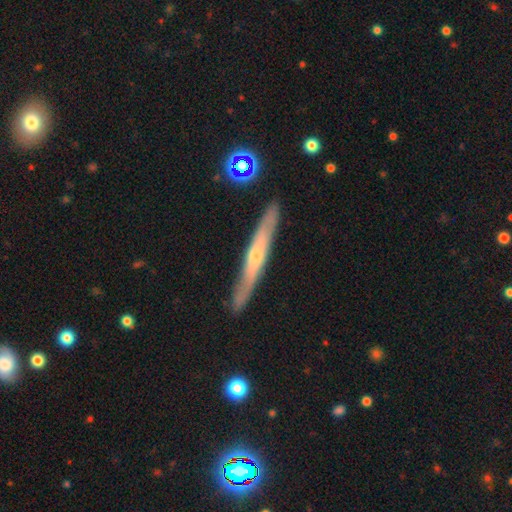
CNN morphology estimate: smooth-or-featured: featured or disk: 64% | smooth: 30% | star or artifact: 6%
  disk-edge-on: yes: 92% | no: 8%
    edge-on-bulge: rounded: 62% | none: 34% | boxy: 5%
  merging: none: 88% | minor disturbance: 9% | major disturbance: 2% | merger: 2%